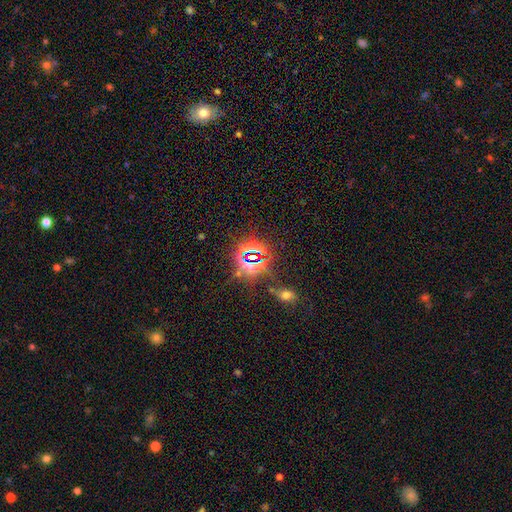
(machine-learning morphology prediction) Smooth or featured? star or artifact (79%)